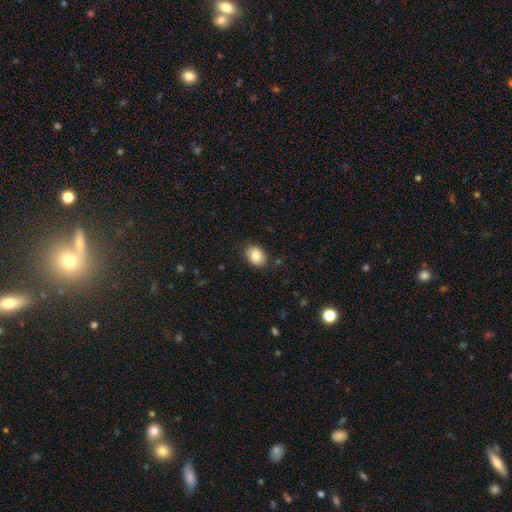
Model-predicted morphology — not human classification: This is clearly a smooth galaxy (82%). How rounded: likely in between (66%). Merging: clearly none (86%).